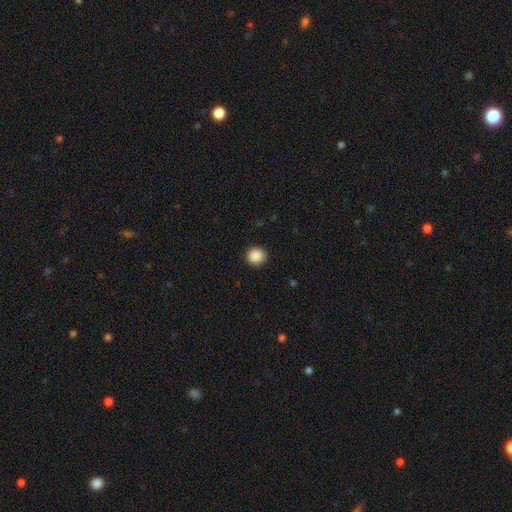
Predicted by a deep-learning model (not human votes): Smooth or featured?
  - smooth: 89% *
  - star or artifact: 9%
  - featured or disk: 3%
How rounded?
  - round: 90% *
  - in between: 9%
  - cigar-shaped: 1%
Merging?
  - none: 90% *
  - minor disturbance: 7%
  - major disturbance: 2%
  - merger: 1%